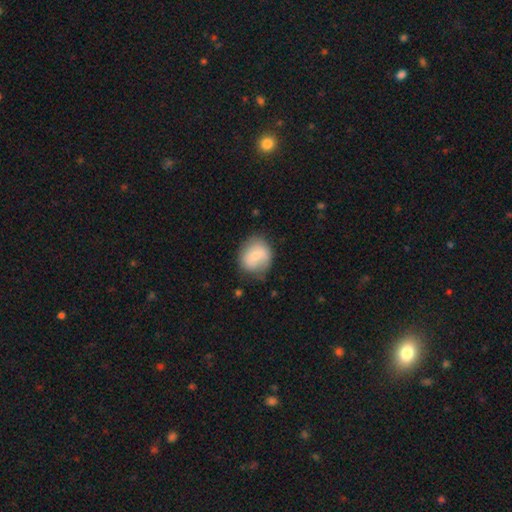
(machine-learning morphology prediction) type=smooth (70%); roundness=round (75%); merging=none (69%).